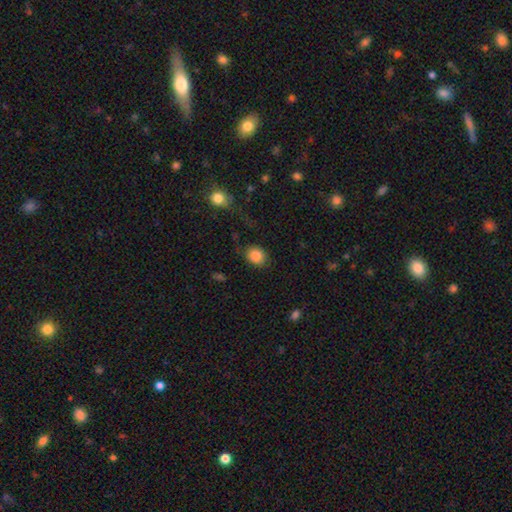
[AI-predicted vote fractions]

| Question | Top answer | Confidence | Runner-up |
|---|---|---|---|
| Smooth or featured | smooth | 86% | star or artifact (9%) |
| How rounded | round | 59% | in between (40%) |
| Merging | none | 78% | minor disturbance (15%) |